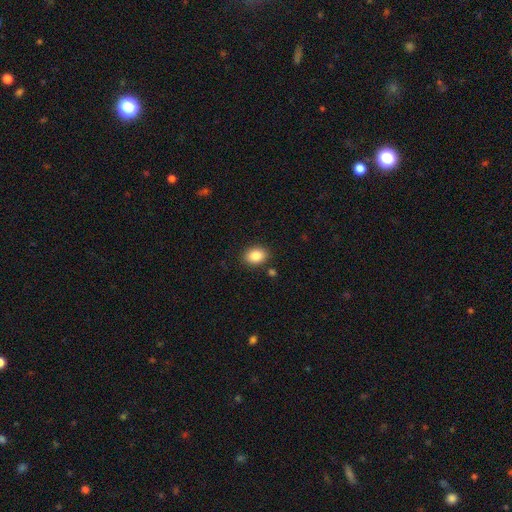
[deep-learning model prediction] The model was most divided on "how rounded": in between: 70%, round: 29%, cigar-shaped: 1%. More confident: smooth or featured — smooth (87%); merging — none (87%).